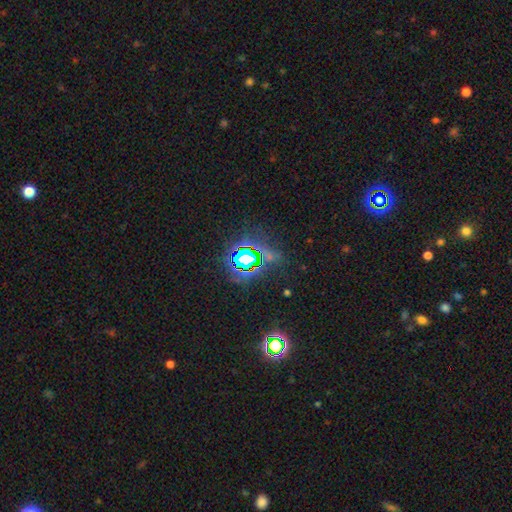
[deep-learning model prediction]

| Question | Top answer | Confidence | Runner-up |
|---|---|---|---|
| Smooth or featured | star or artifact | 79% | smooth (12%) |